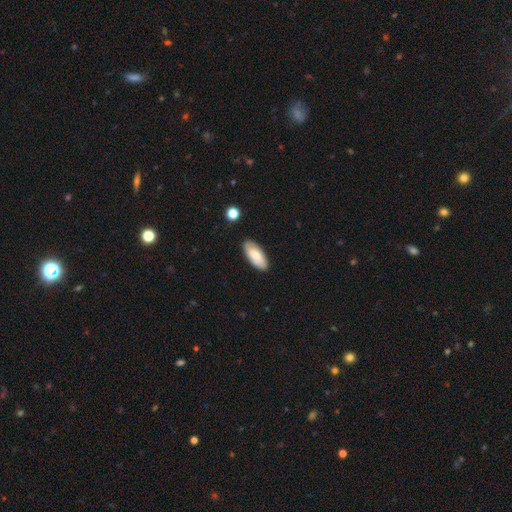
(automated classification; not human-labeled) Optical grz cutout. It shows a smooth galaxy with no disk features (76%) that is in between round and cigar-shaped (87%). Merging: none (86%).